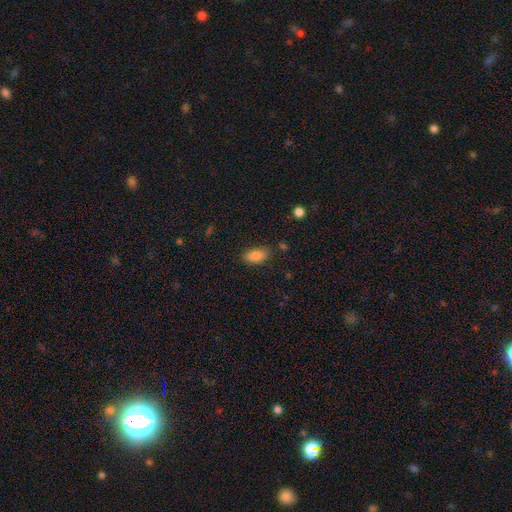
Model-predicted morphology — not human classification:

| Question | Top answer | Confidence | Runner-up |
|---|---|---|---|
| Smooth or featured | smooth | 86% | star or artifact (8%) |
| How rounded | in between | 91% | cigar-shaped (5%) |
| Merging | none | 82% | minor disturbance (13%) |